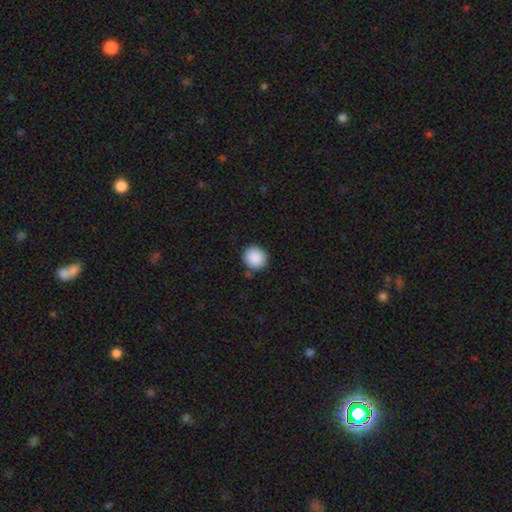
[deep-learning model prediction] Smooth or featured?
  - smooth: 90% *
  - star or artifact: 8%
  - featured or disk: 3%
How rounded?
  - round: 88% *
  - in between: 11%
  - cigar-shaped: 1%
Merging?
  - none: 87% *
  - minor disturbance: 9%
  - major disturbance: 2%
  - merger: 2%